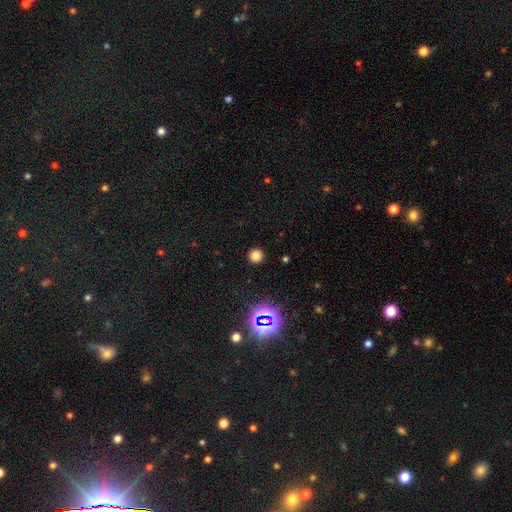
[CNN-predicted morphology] A smooth galaxy with no disk features (75%) that is round (94%). Merging: none (91%).